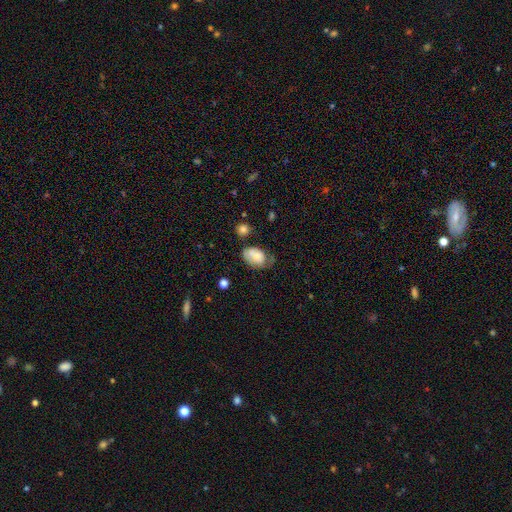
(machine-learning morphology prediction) type=smooth (64%); roundness=in between (87%); merging=none (38%).